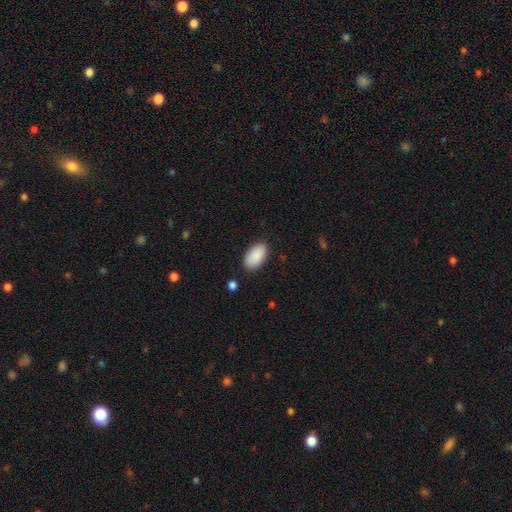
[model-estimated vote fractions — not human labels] A smooth galaxy with no disk features (90%) that is in between round and cigar-shaped (95%). Merging: none (86%).